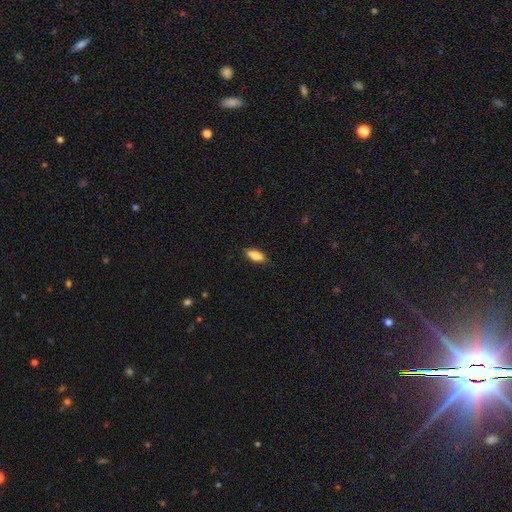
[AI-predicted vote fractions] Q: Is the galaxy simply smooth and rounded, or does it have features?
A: smooth — 81%.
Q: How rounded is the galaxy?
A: in between — 74%.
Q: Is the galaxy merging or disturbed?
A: none — 84%.